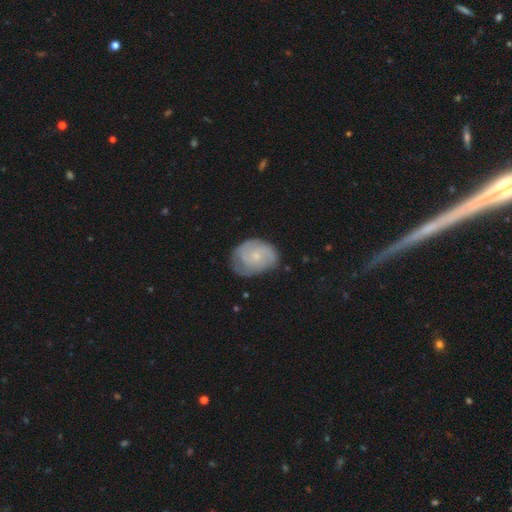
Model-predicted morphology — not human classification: smooth-or-featured: featured or disk: 65% | smooth: 28% | star or artifact: 6%
  disk-edge-on: no: 97% | yes: 3%
    bar: no: 77% | weak: 20% | strong: 3%
    has-spiral-arms: yes: 89% | no: 11%
      spiral-winding: tight: 55% | medium: 34% | loose: 11%
      spiral-arm-count: can't tell: 32% | 2: 30% | 3: 23% | 4: 6% | 1: 5% | more than 4: 4%
    bulge-size: small: 74% | moderate: 19% | none: 5% | large: 1% | dominant: 1%
  merging: none: 61% | minor disturbance: 28% | major disturbance: 10% | merger: 1%